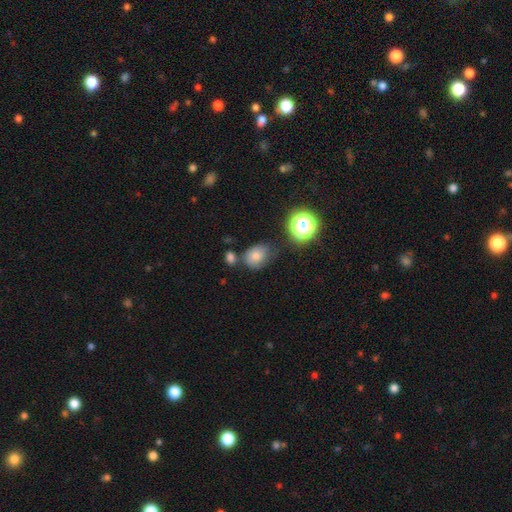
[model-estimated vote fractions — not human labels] This is likely a smooth galaxy (72%). How rounded: possibly in between (55%). Merging: possibly none (58%).